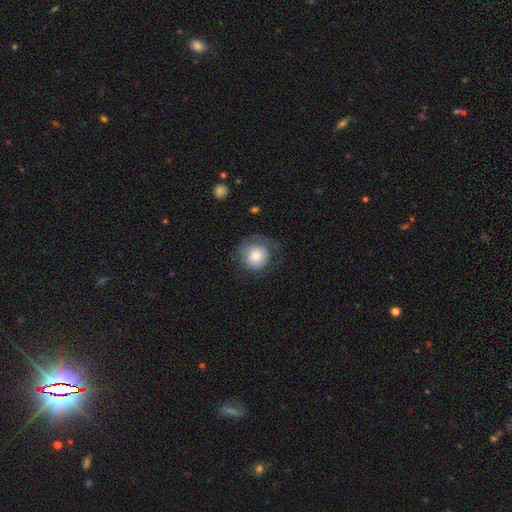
This is likely a smooth galaxy (69%). How rounded: clearly round (85%). Merging: likely none (64%).